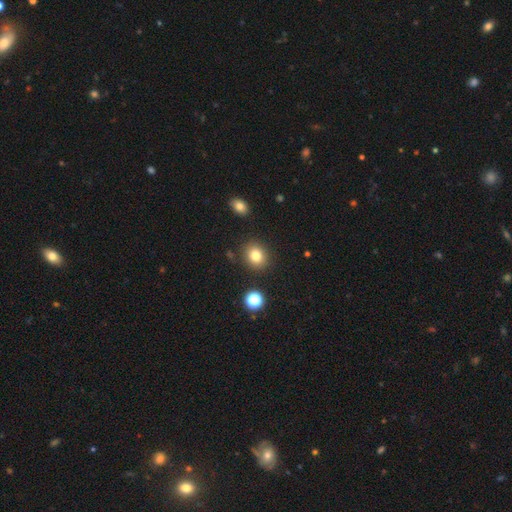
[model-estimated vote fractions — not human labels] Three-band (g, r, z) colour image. It shows a smooth galaxy with no disk features (81%) that is round (70%). Merging: none (86%).